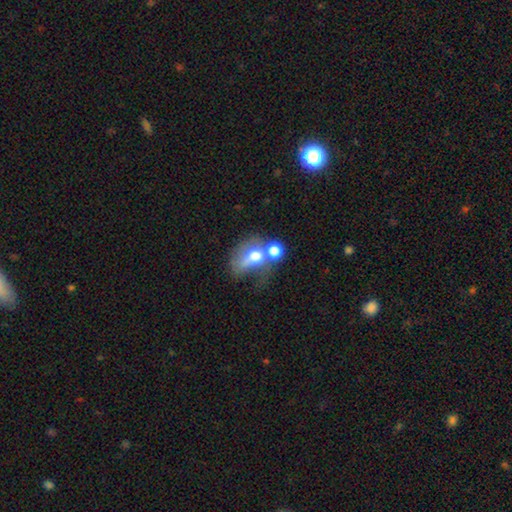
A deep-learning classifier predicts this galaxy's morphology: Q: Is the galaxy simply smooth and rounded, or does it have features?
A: smooth — 60%.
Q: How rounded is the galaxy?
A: in between — 57%.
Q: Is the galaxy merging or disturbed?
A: merger — 52%.